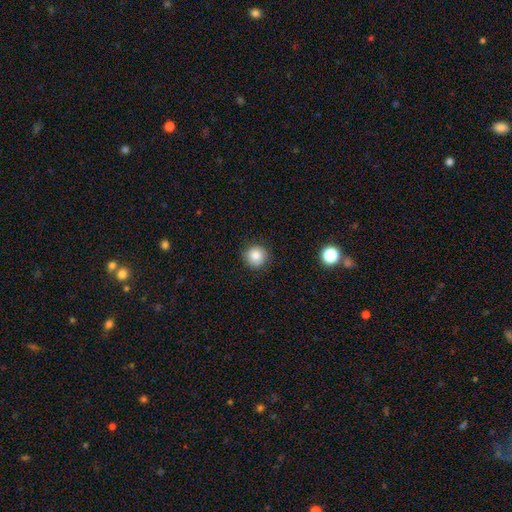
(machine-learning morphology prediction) A smooth galaxy with no disk features (85%) that is round (94%).

Vote fractions:
- Smooth or featured? smooth: 85% / star or artifact: 10% / featured or disk: 5%
- How rounded? round: 94% / in between: 5% / cigar-shaped: 1%
- Merging? none: 89% / minor disturbance: 8% / major disturbance: 2% / merger: 1%